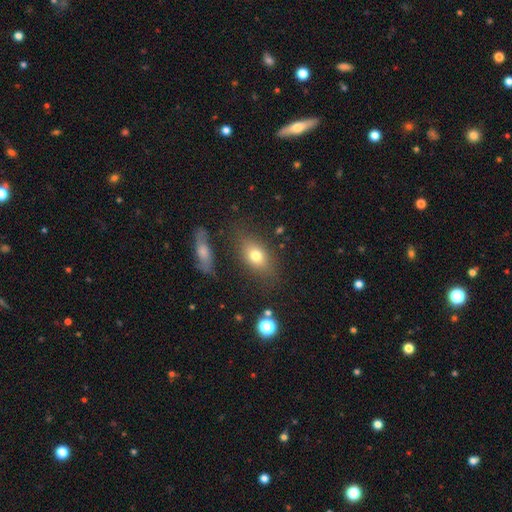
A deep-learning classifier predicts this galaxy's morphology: smooth 73%, featured or disk 16%, star or artifact 11%. Down the decision tree: how rounded — in between (77%); merging — none (76%).